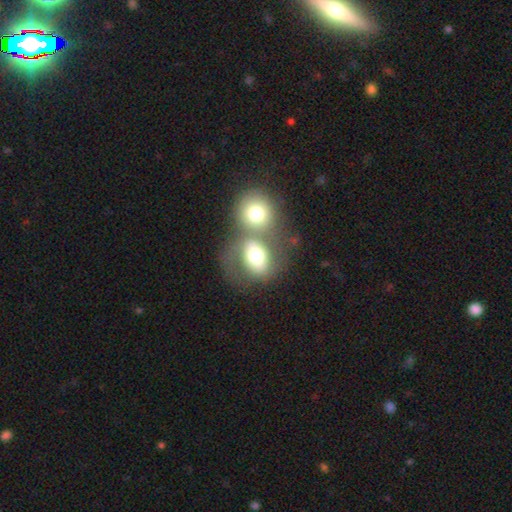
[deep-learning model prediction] smooth 60%, featured or disk 32%, star or artifact 8%. Down the decision tree: how rounded — round (54%); merging — merger (52%).